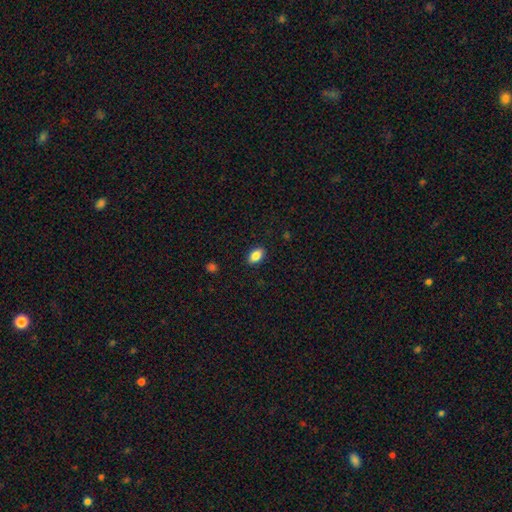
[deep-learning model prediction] Smooth or featured? smooth (86%)
How rounded? in between (89%)
Merging? none (89%)